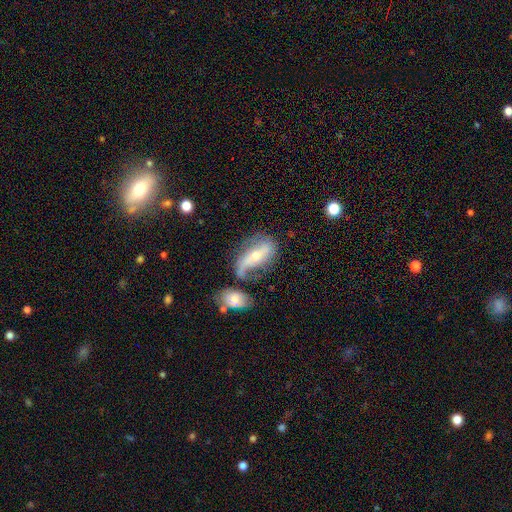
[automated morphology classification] A featured or disk galaxy (69%) with a strong bar (38%), spiral arms (79%) and a moderate central bulge (54%). Merging: none (43%).